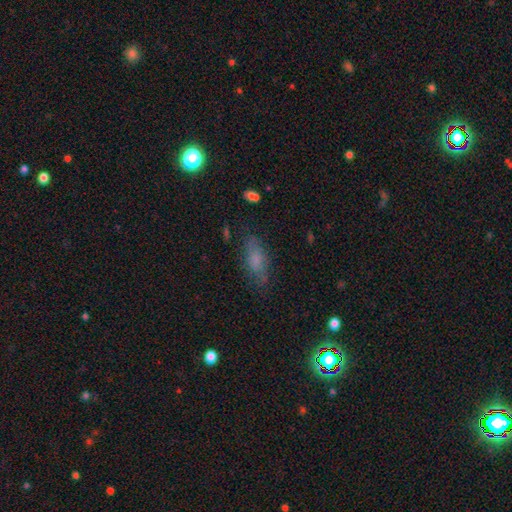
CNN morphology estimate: This appears to be a smooth galaxy with no disk features (58%) that is in between round and cigar-shaped (72%). Merging: none (73%).